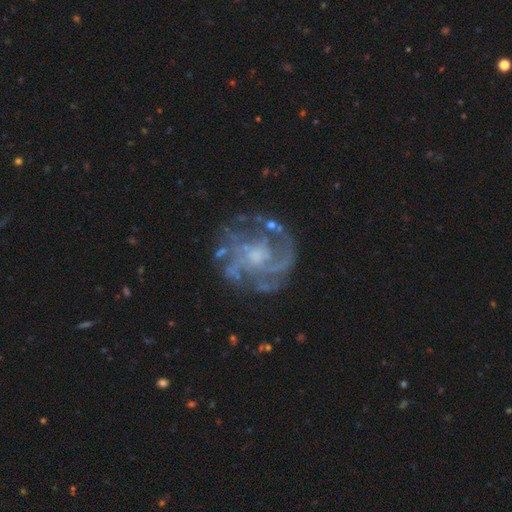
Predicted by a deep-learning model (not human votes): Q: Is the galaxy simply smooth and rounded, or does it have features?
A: featured or disk — 84%.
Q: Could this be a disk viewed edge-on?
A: no — 98%.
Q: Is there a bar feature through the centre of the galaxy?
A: no — 71%.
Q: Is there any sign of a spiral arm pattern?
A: yes — 87%.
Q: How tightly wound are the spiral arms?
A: tight — 48%.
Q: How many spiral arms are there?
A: can't tell — 34%.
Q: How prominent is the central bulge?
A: moderate — 42%.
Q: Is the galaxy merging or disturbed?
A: none — 68%.